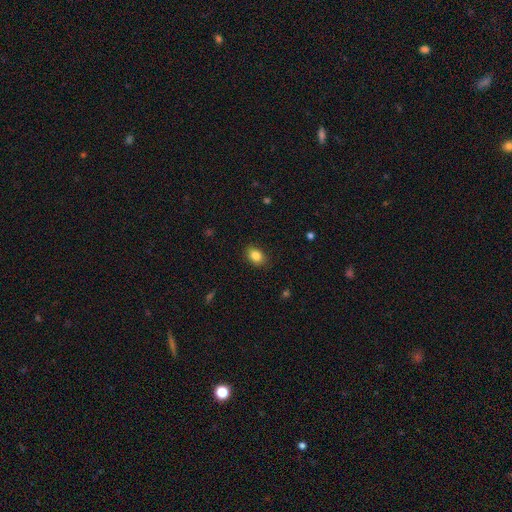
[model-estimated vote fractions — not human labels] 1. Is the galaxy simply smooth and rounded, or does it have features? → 85% smooth, 9% star or artifact, 6% featured or disk.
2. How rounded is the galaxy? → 70% in between, 29% round, 1% cigar-shaped.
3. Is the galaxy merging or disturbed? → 85% none, 11% minor disturbance, 3% major disturbance, 1% merger.